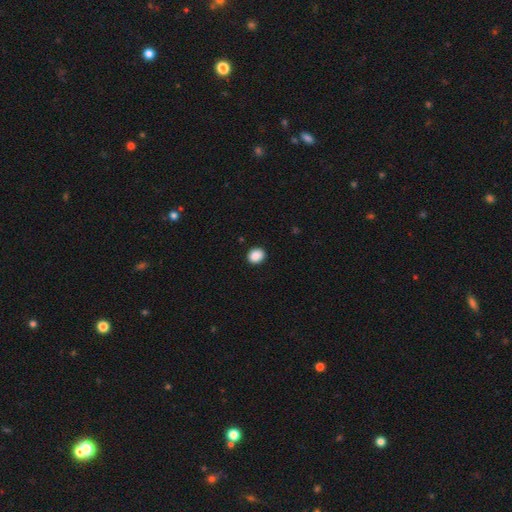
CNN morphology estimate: This is clearly a smooth galaxy (89%). How rounded: likely round (66%). Merging: clearly none (91%).